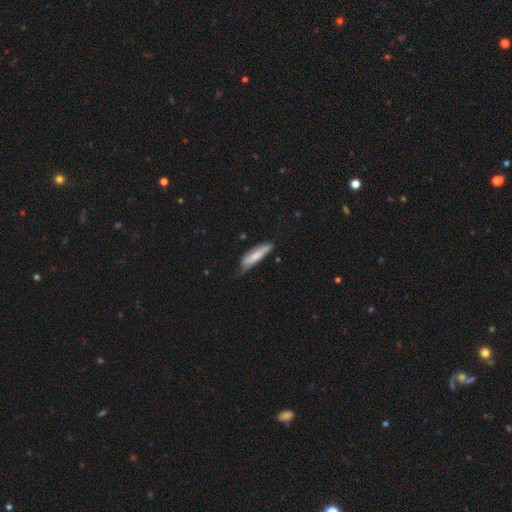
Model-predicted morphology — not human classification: A smooth galaxy with no disk features (73%) that is cigar-shaped (76%). Merging: none (54%).